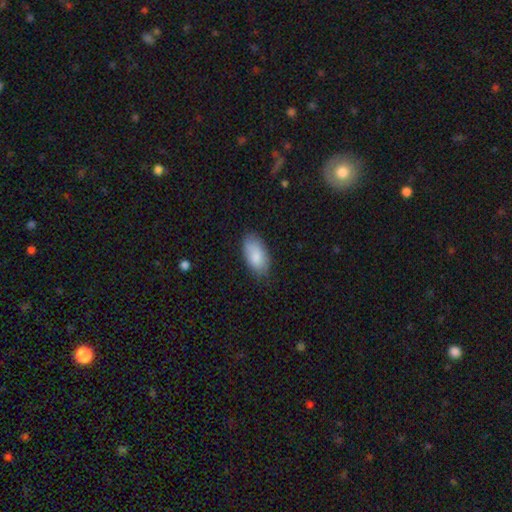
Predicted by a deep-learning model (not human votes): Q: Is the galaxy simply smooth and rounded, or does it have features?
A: smooth — 86%.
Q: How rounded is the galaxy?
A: in between — 93%.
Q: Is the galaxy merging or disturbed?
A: none — 78%.